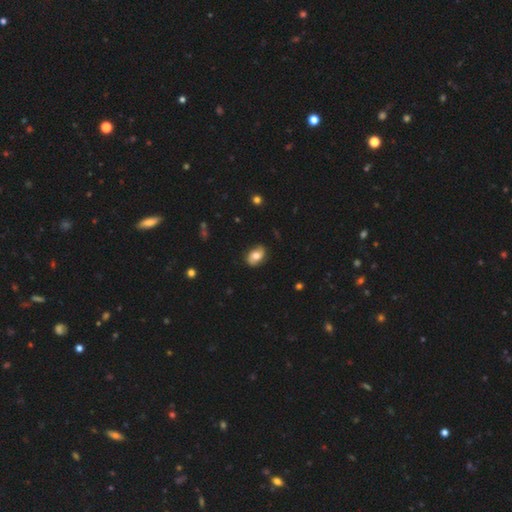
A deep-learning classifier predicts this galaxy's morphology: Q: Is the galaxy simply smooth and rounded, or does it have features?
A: smooth — 65%.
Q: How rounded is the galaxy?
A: in between — 86%.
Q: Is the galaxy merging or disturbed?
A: none — 83%.